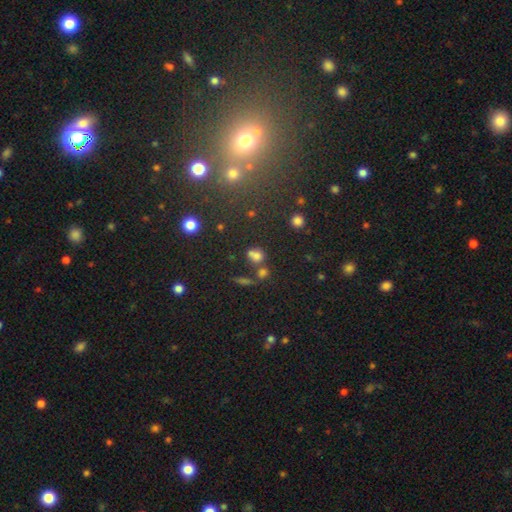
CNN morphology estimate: A smooth galaxy with no disk features (68%) that is round (57%).

Vote fractions:
- Smooth or featured? smooth: 68% / star or artifact: 20% / featured or disk: 12%
- How rounded? round: 57% / in between: 41% / cigar-shaped: 2%
- Merging? merger: 41% (tied) / none: 41% (tied) / minor disturbance: 12% / major disturbance: 6%